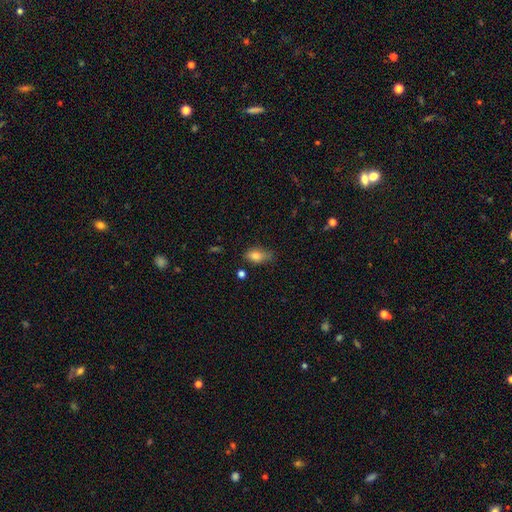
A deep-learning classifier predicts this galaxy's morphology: Smooth or featured?
  - smooth: 81% *
  - featured or disk: 11%
  - star or artifact: 9%
How rounded?
  - in between: 86% *
  - round: 9%
  - cigar-shaped: 5%
Merging?
  - none: 60% *
  - minor disturbance: 30%
  - major disturbance: 7%
  - merger: 3%